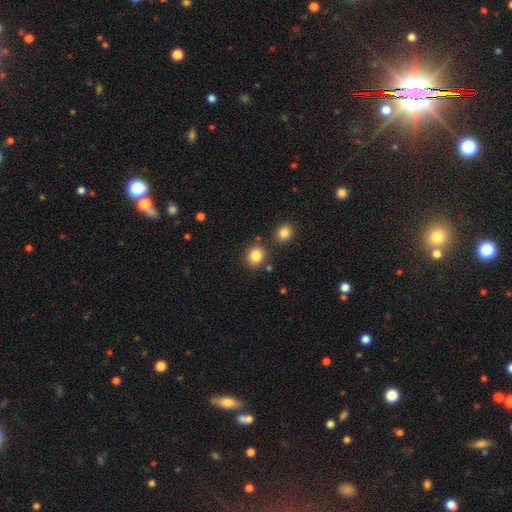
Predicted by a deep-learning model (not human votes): Smooth or featured? Predicted: smooth (p=0.84). How rounded? Predicted: round (p=0.80). Merging? Predicted: none (p=0.80).